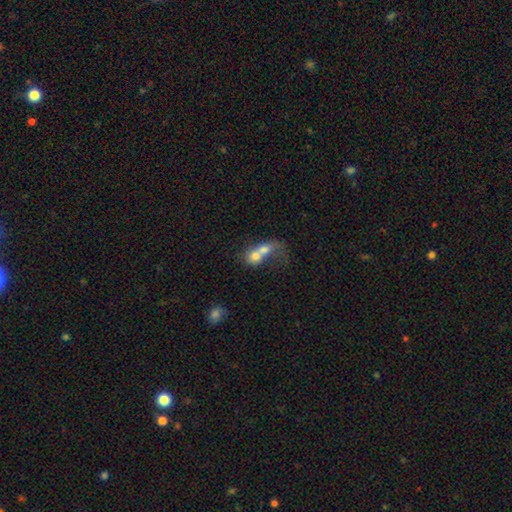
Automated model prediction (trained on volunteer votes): smooth 64%, featured or disk 27%, star or artifact 10%. Down the decision tree: how rounded — in between (48%, tied with round); merging — merger (78%).